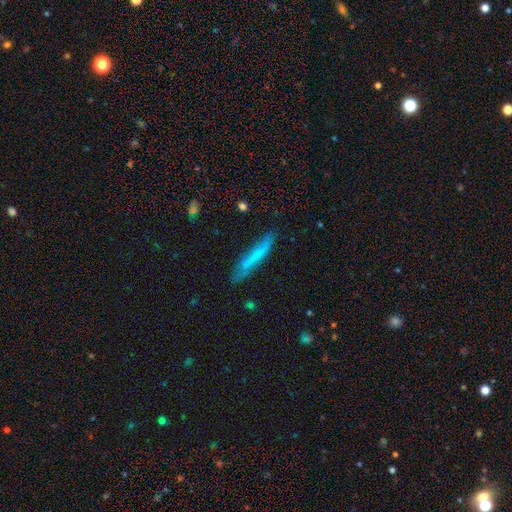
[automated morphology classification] smooth_or_featured: smooth (p=0.56) [alt: featured or disk p=0.37]
how_rounded: cigar-shaped (p=0.92) [alt: in between p=0.06]
merging: none (p=0.71) [alt: minor disturbance p=0.21]